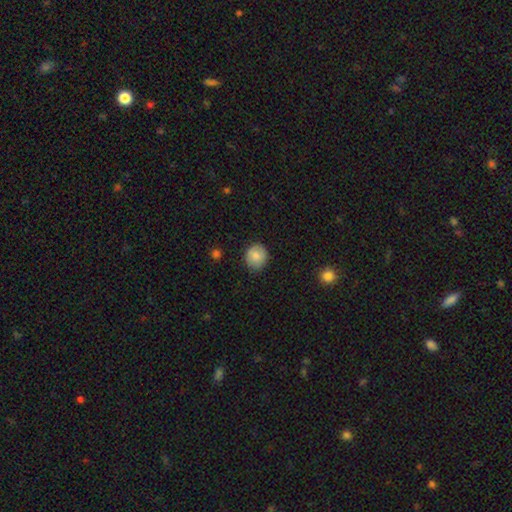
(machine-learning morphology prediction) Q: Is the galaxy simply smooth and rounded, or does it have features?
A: smooth — 84%.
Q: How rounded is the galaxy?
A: round — 81%.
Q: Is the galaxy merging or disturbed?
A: none — 85%.